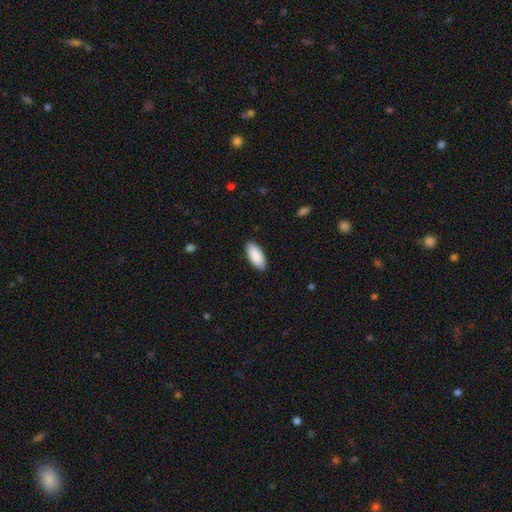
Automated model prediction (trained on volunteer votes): smooth 91%, star or artifact 5%, featured or disk 4%. Down the decision tree: how rounded — in between (90%); merging — none (90%).